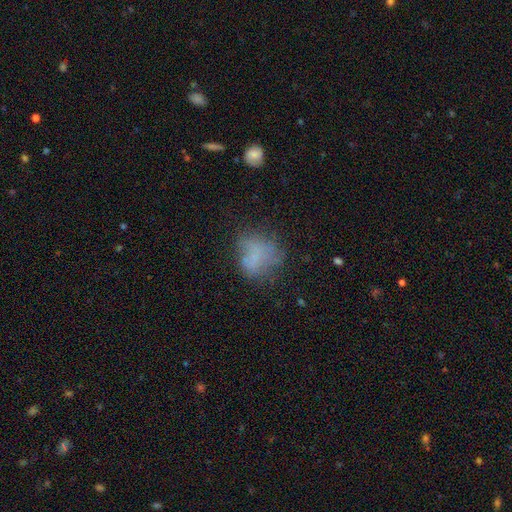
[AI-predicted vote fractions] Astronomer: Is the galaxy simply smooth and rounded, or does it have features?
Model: smooth — 53% (runner-up: featured or disk, 30%).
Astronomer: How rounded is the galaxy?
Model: round — 53% (runner-up: in between, 45%).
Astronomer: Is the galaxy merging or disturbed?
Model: none — 43% (runner-up: major disturbance, 25%).